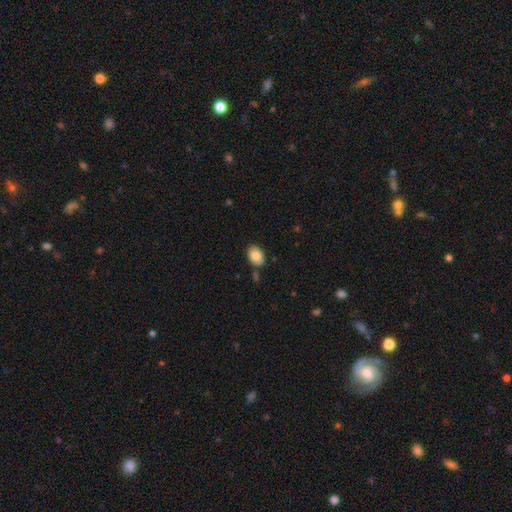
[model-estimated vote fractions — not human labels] Morphology: type=smooth (83%); roundness=in between (83%); merging=none (80%).